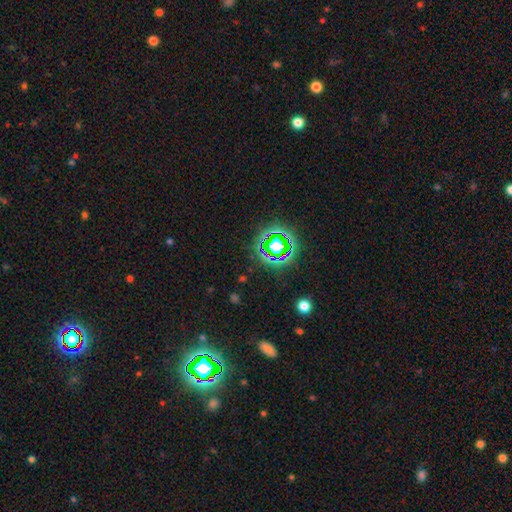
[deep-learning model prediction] Smooth or featured: star or artifact — 79% (smooth — 14%)